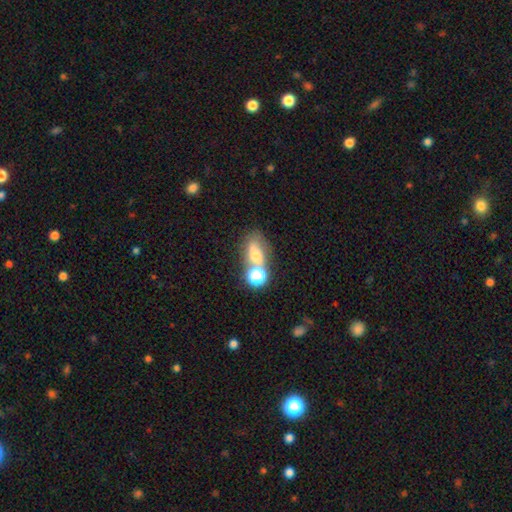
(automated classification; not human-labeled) Smooth or featured?
  - smooth: 56% *
  - featured or disk: 24%
  - star or artifact: 20%
How rounded?
  - in between: 65% *
  - round: 31%
  - cigar-shaped: 4%
Merging?
  - none: 39% *
  - merger: 36%
  - minor disturbance: 14%
  - major disturbance: 10%